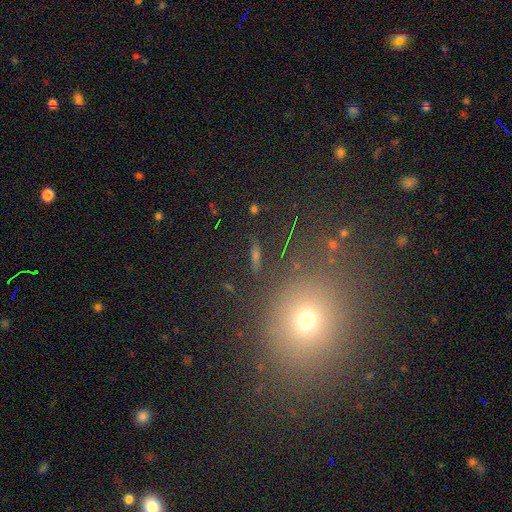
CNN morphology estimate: smooth_or_featured: smooth (p=0.44) [alt: star or artifact p=0.29]
merging: none (p=0.85) [alt: minor disturbance p=0.08]